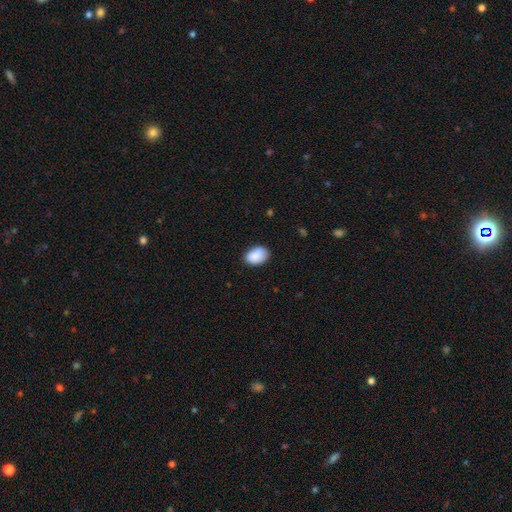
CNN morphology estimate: Smooth or featured? smooth (90%)
How rounded? in between (84%)
Merging? none (82%)